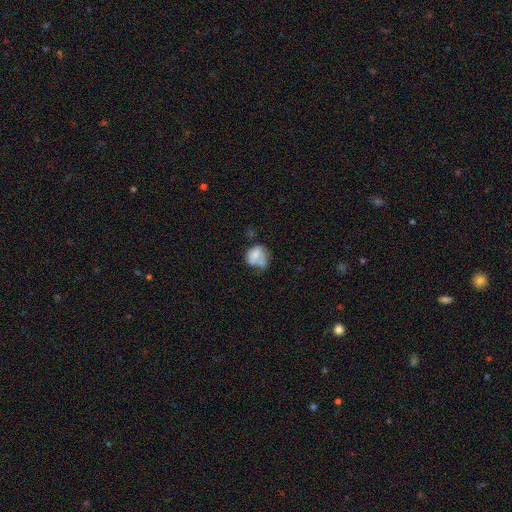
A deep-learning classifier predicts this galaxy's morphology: smooth 64%, featured or disk 27%, star or artifact 9%. Down the decision tree: how rounded — round (55%); merging — merger (36%).